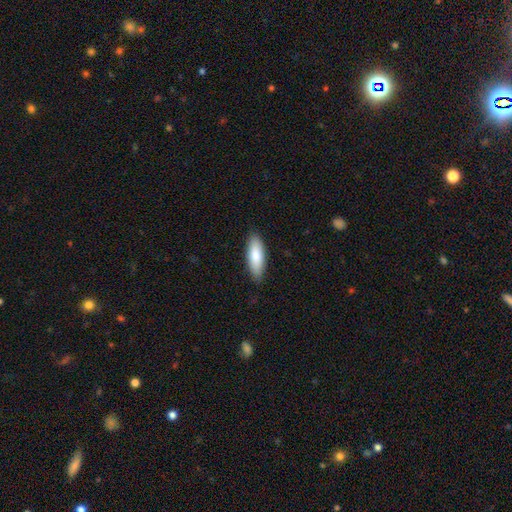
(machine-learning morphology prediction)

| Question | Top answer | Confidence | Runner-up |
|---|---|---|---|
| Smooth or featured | smooth | 80% | featured or disk (15%) |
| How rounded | in between | 64% | cigar-shaped (34%) |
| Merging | none | 86% | minor disturbance (11%) |